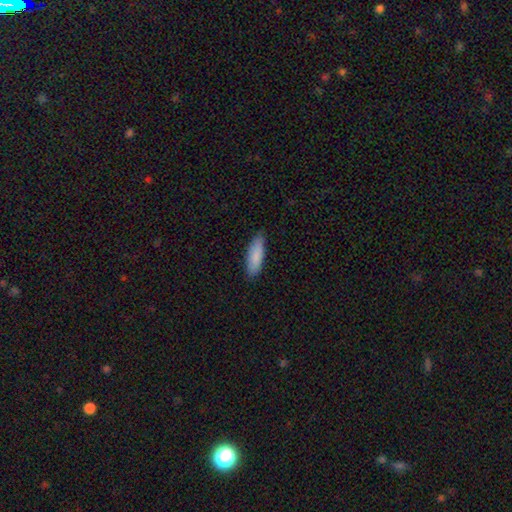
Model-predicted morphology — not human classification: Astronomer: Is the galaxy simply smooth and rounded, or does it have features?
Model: smooth — 87%.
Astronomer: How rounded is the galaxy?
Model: in between — 53% (runner-up: cigar-shaped, 46%).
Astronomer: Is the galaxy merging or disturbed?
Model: none — 85%.